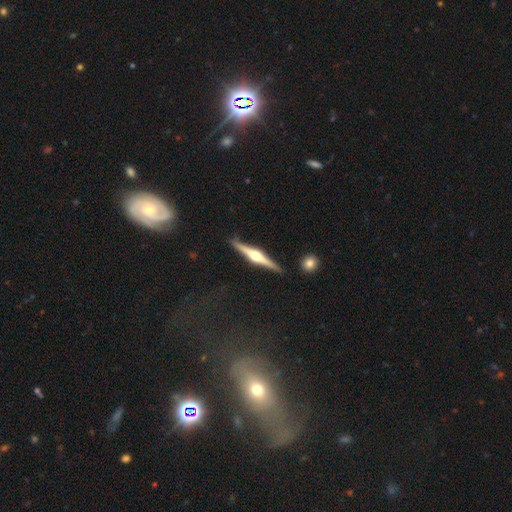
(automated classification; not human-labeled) The model was most divided on "smooth or featured": featured or disk: 82%, smooth: 14%, star or artifact: 5%. More confident: edge-on disk — yes (98%); edge-on bulge — rounded (93%); merging — none (89%).